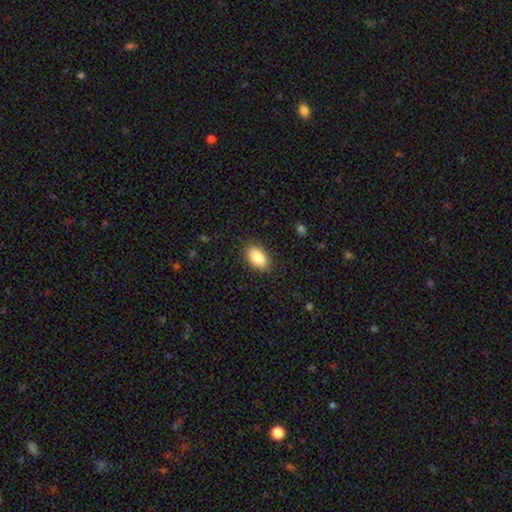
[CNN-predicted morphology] Overall: smooth (86%). How rounded: in between (90%). Merging: none (87%).